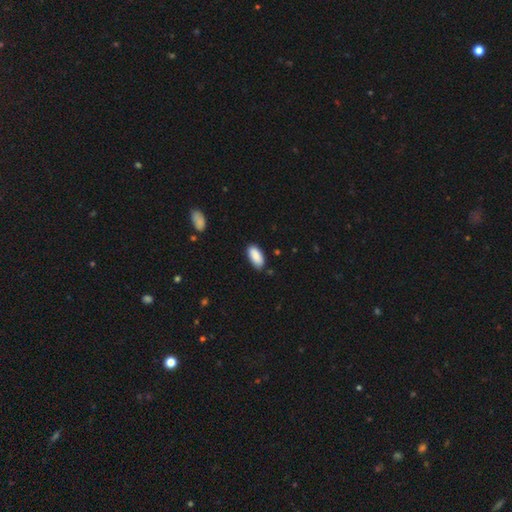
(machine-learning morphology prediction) Smooth or featured: smooth — 89% (star or artifact — 6%)
How rounded: in between — 91% (cigar-shaped — 8%)
Merging: none — 83% (minor disturbance — 14%)